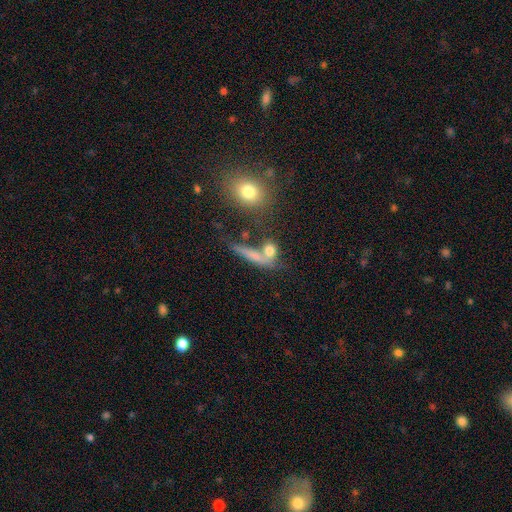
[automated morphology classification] A smooth galaxy with no disk features (59%) that is cigar-shaped (53%).

Vote fractions:
- Smooth or featured? smooth: 59% / featured or disk: 26% / star or artifact: 15%
- How rounded? cigar-shaped: 53% / in between: 24% / round: 23%
- Merging? none: 49% / merger: 26% / minor disturbance: 14% / major disturbance: 11%